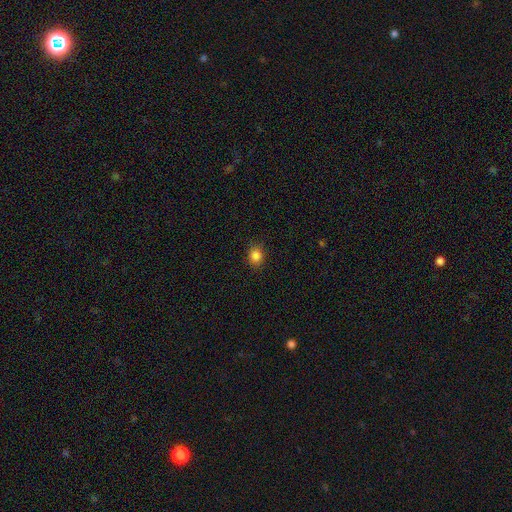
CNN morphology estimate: Q: Smooth or featured?
A: smooth (85%); runner-up: star or artifact (11%)
Q: How rounded?
A: round (70%); runner-up: in between (29%)
Q: Merging?
A: none (87%); runner-up: minor disturbance (10%)